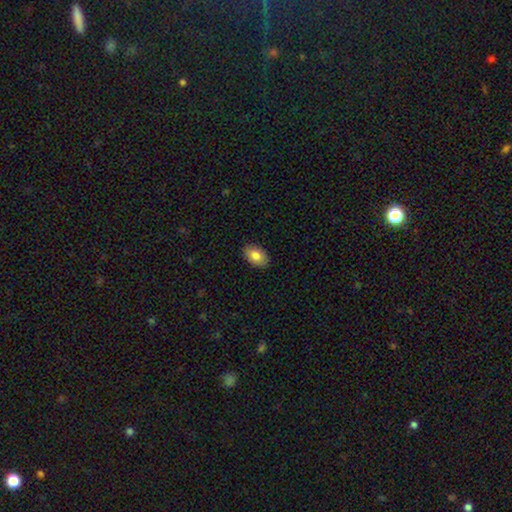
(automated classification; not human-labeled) Overall: smooth (83%). How rounded: in between (89%). Merging: none (88%).